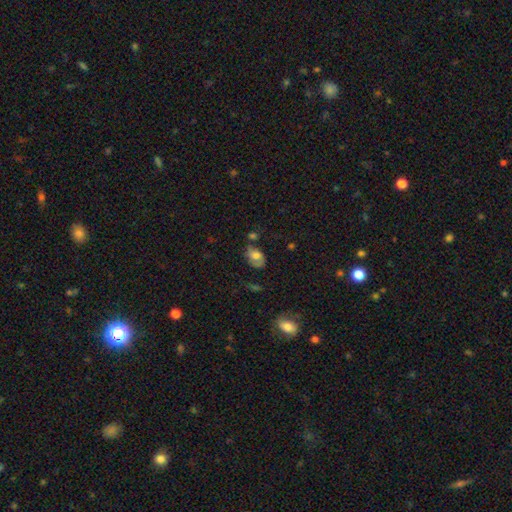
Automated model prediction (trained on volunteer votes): Smooth or featured? Predicted: smooth (p=0.51). How rounded? Predicted: in between (p=0.81). Merging? Predicted: none (p=0.43).